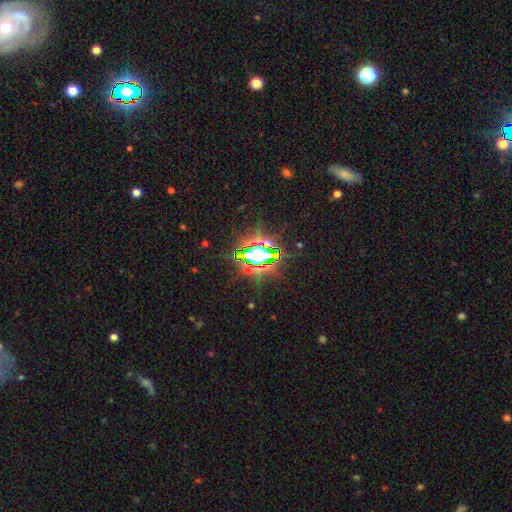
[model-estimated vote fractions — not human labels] star or artifact 77%, smooth 13%, featured or disk 11%.